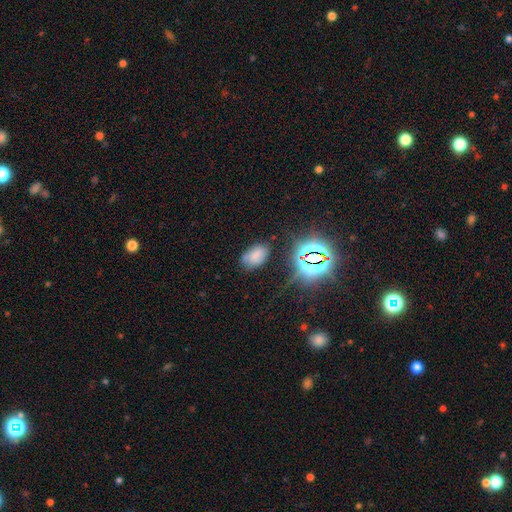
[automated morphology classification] smooth_or_featured: smooth (p=0.65) [alt: star or artifact p=0.22]
how_rounded: in between (p=0.91) [alt: round p=0.08]
merging: none (p=0.67) [alt: minor disturbance p=0.21]